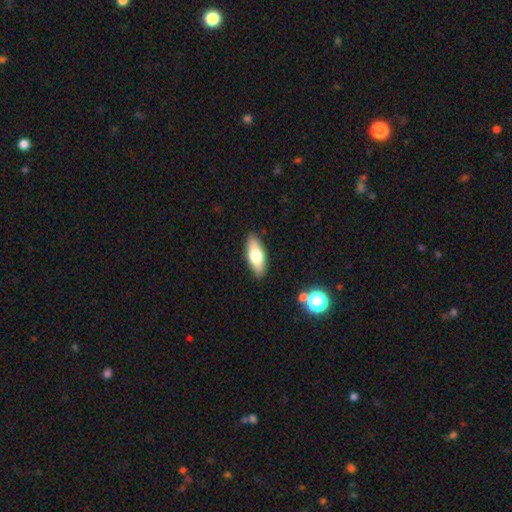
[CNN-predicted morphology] This is likely a smooth galaxy (67%). How rounded: likely in between (69%). Merging: clearly none (88%).